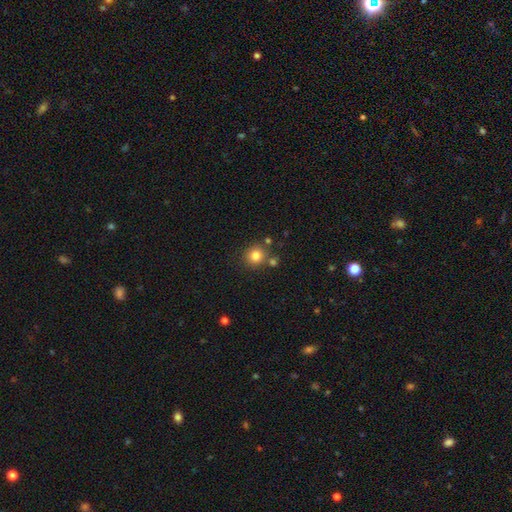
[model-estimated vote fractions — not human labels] Smooth or featured? Predicted: smooth (p=0.81). How rounded? Predicted: round (p=0.88). Merging? Predicted: none (p=0.77).